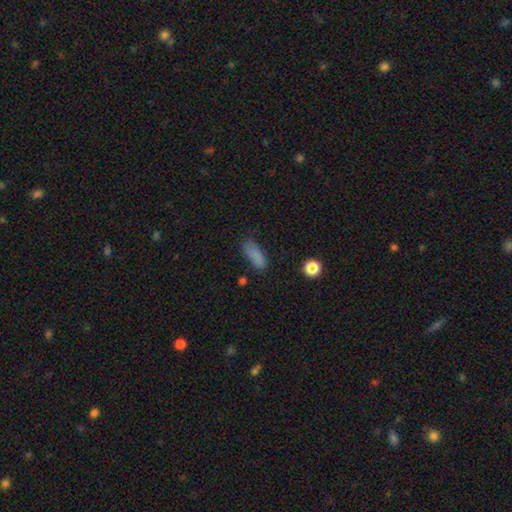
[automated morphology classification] Smooth or featured: smooth — 83% (star or artifact — 11%)
How rounded: in between — 61% (cigar-shaped — 35%)
Merging: none — 67% (minor disturbance — 23%)